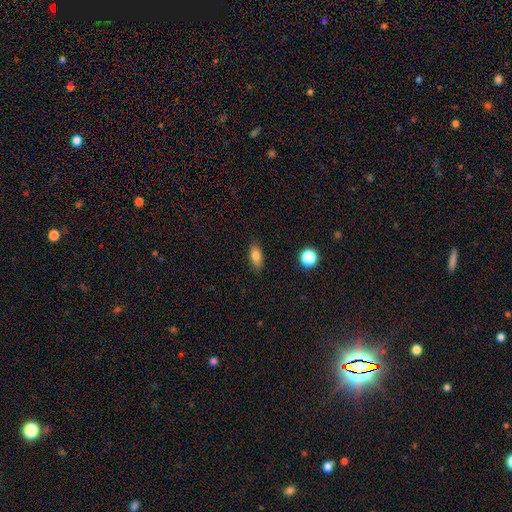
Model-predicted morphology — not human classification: Smooth or featured? Predicted: smooth (p=0.80). How rounded? Predicted: in between (p=0.79). Merging? Predicted: none (p=0.86).